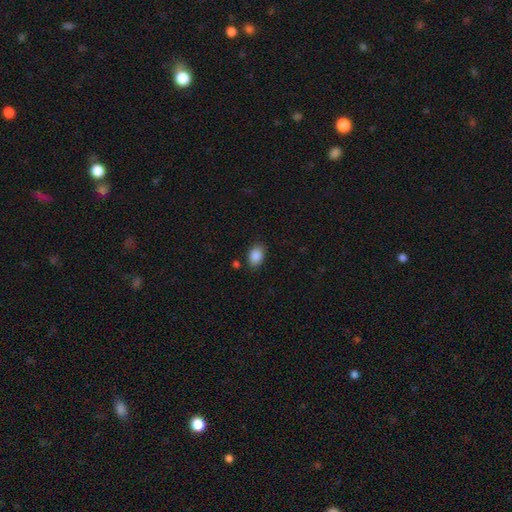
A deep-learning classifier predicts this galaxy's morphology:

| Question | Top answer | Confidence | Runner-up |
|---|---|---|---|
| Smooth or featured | smooth | 88% | star or artifact (8%) |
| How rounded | in between | 82% | round (17%) |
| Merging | none | 82% | minor disturbance (13%) |